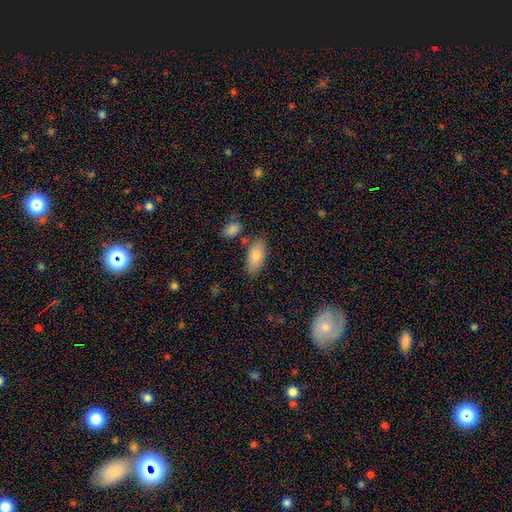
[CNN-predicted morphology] Smooth or featured?
  - smooth: 82% *
  - featured or disk: 12%
  - star or artifact: 7%
How rounded?
  - in between: 90% *
  - cigar-shaped: 7%
  - round: 3%
Merging?
  - none: 76% *
  - minor disturbance: 14%
  - merger: 6%
  - major disturbance: 3%